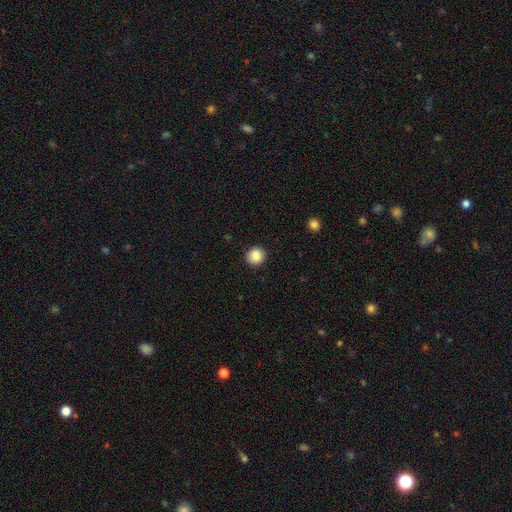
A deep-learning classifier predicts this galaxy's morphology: smooth_or_featured: smooth (p=0.88) [alt: star or artifact p=0.09]
how_rounded: round (p=0.92) [alt: in between p=0.07]
merging: none (p=0.91) [alt: minor disturbance p=0.06]